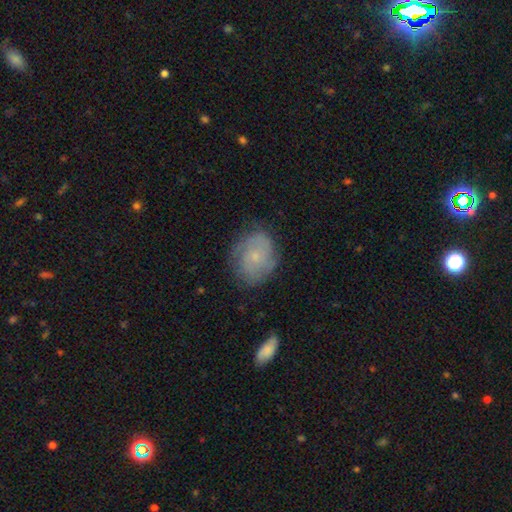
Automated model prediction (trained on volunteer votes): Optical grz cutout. It shows a featured or disk galaxy (53%) with no bar (83%), spiral arms (81%) and a small central bulge (77%). Merging: none (71%).